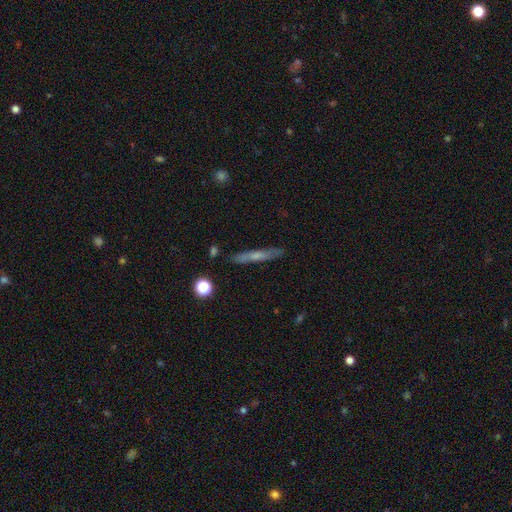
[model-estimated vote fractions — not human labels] Morphology: type=smooth (49%); merging=none (85%).